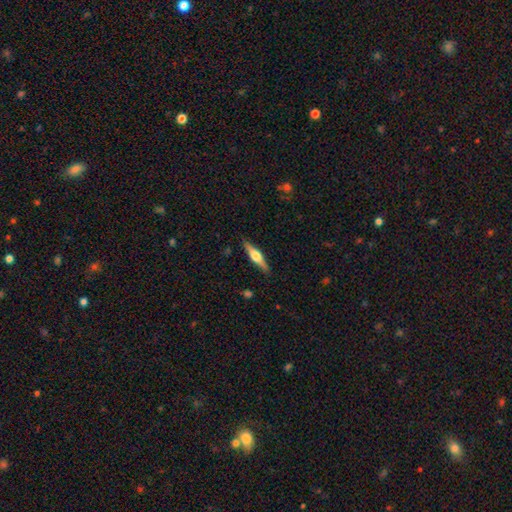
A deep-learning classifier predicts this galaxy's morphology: This appears to be a featured or disk galaxy (66%) viewed edge-on (97%) with a rounded central bulge (91%). Merging: none (89%).